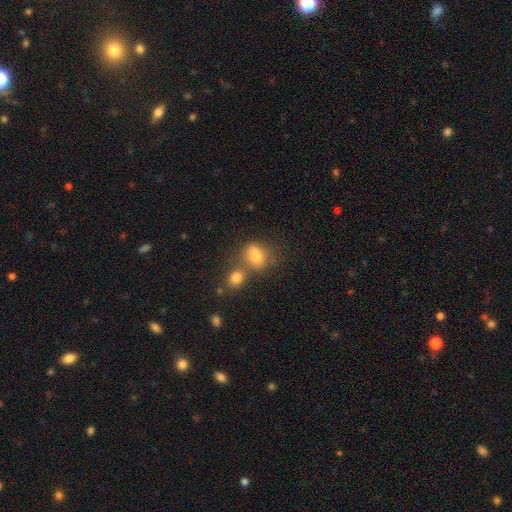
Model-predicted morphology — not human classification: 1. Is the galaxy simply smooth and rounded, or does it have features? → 76% smooth, 12% star or artifact, 12% featured or disk.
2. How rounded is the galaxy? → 52% in between, 46% round, 2% cigar-shaped.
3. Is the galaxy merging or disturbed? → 43% none, 37% merger, 14% minor disturbance, 6% major disturbance.